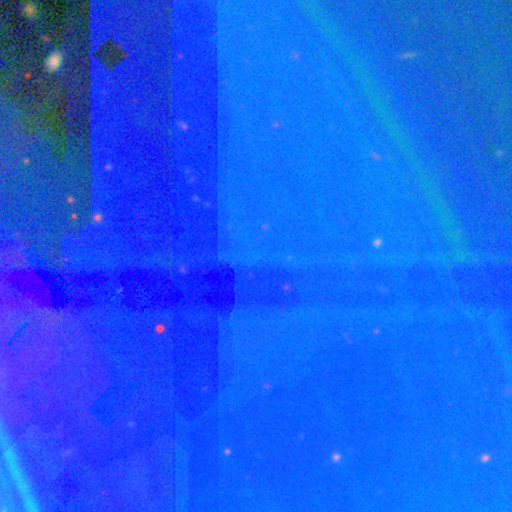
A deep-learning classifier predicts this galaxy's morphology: type=star or artifact (86%).